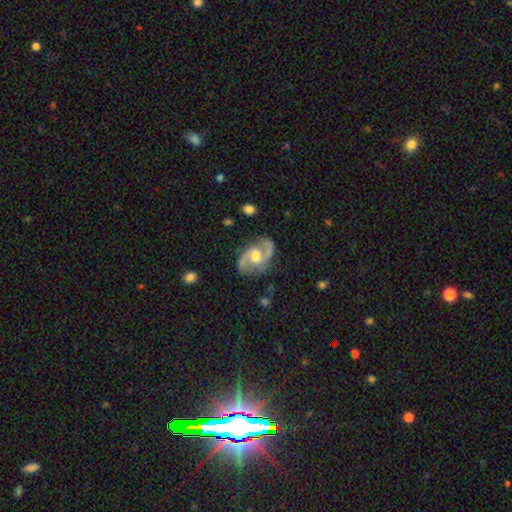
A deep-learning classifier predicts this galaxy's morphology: Smooth or featured?
  - featured or disk: 89% *
  - smooth: 6%
  - star or artifact: 5%
Edge-on disk?
  - no: 98% *
  - yes: 2%
Bar?
  - no: 52% *
  - weak: 39%
  - strong: 9%
Spiral arms?
  - yes: 97% *
  - no: 3%
Spiral winding?
  - medium: 56% *
  - loose: 31%
  - tight: 13%
Spiral arm count?
  - 2: 93% *
  - can't tell: 2%
  - 1: 1%
  - 3: 1%
  - 4: 1%
  - more than 4: 1%
Bulge size?
  - moderate: 69% *
  - large: 16%
  - small: 12%
  - none: 2%
  - dominant: 1%
Merging?
  - none: 80% *
  - minor disturbance: 14%
  - major disturbance: 5%
  - merger: 1%